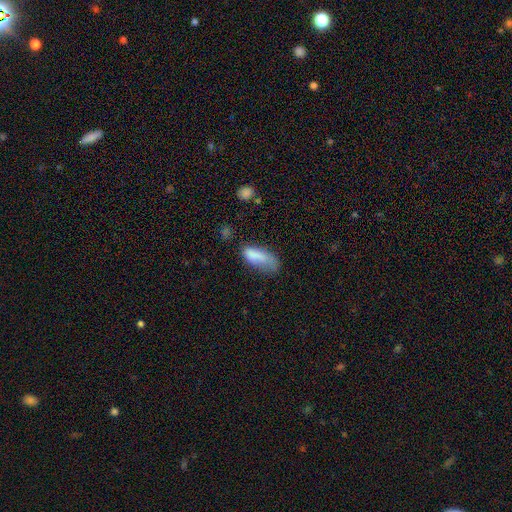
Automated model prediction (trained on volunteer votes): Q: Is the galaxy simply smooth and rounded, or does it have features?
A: smooth — 77%.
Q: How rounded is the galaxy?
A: in between — 79%.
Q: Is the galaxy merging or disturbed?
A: minor disturbance — 34%.